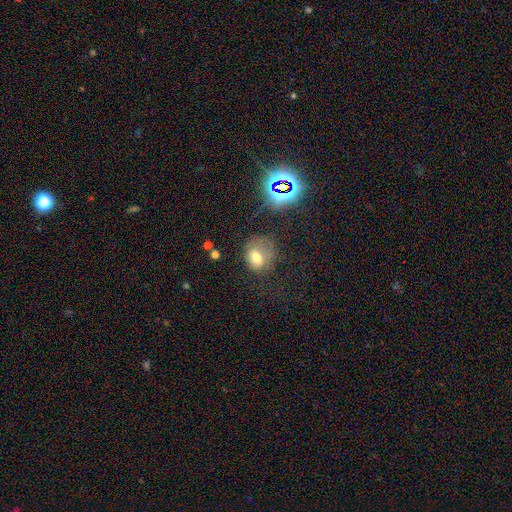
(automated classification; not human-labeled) smooth-or-featured: smooth: 63% | featured or disk: 19% | star or artifact: 18%
  how-rounded: in between: 55% | round: 43% | cigar-shaped: 1%
  merging: none: 39% | major disturbance: 31% | minor disturbance: 27% | merger: 4%